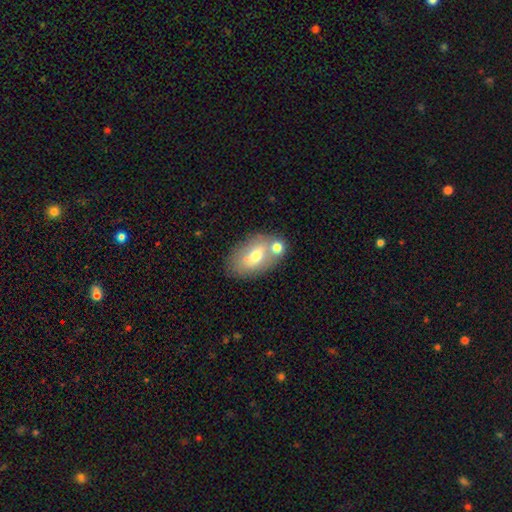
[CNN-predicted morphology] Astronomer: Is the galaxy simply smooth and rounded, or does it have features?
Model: smooth — 58%.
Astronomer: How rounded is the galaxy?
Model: in between — 88%.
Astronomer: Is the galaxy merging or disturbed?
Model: none — 55%.